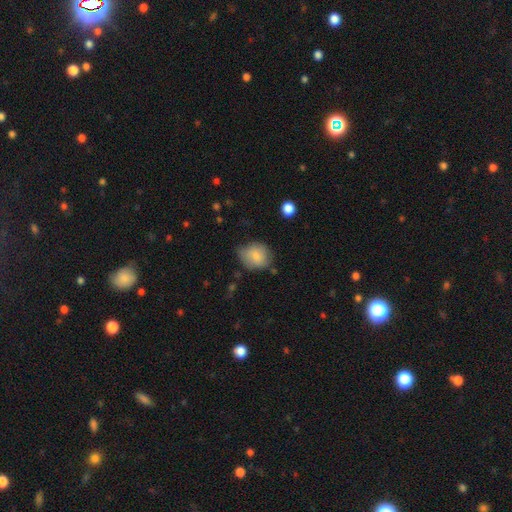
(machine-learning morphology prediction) Smooth or featured?
  - smooth: 79% *
  - featured or disk: 12%
  - star or artifact: 8%
How rounded?
  - round: 66% *
  - in between: 33%
  - cigar-shaped: 1%
Merging?
  - none: 56% *
  - minor disturbance: 33%
  - major disturbance: 8%
  - merger: 3%